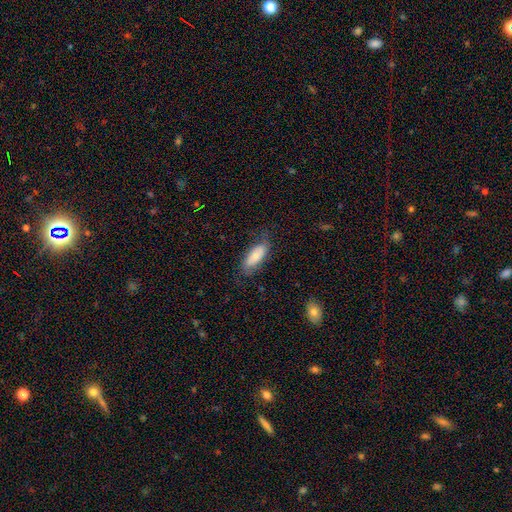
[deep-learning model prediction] A smooth galaxy with no disk features (68%) that is in between round and cigar-shaped (78%).

Vote fractions:
- Smooth or featured? smooth: 68% / featured or disk: 25% / star or artifact: 7%
- How rounded? in between: 78% / cigar-shaped: 20% / round: 2%
- Merging? none: 64% / minor disturbance: 25% / major disturbance: 9% / merger: 2%